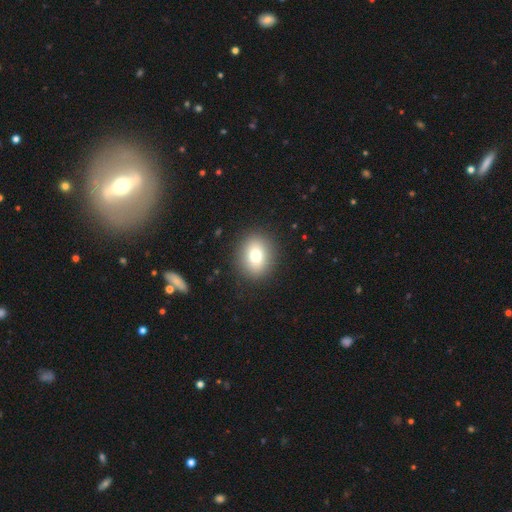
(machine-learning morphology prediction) A smooth galaxy with no disk features (76%) that is round (62%).

Vote fractions:
- Smooth or featured? smooth: 76% / featured or disk: 13% / star or artifact: 11%
- How rounded? round: 62% / in between: 37% / cigar-shaped: 1%
- Merging? none: 89% / minor disturbance: 7% / major disturbance: 3% / merger: 1%